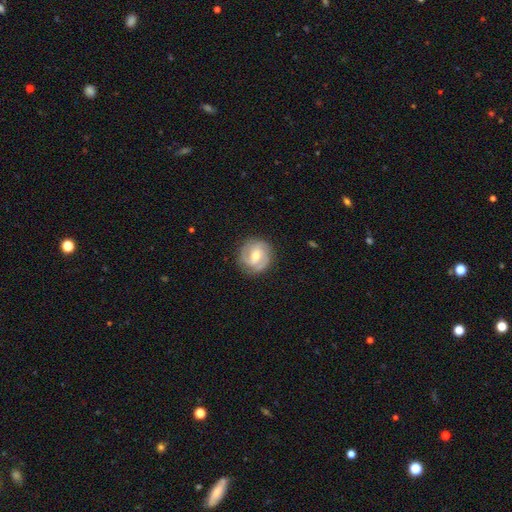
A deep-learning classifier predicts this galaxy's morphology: A featured or disk galaxy (75%) with a weak bar (49%), 2 (53%) tight (48%) spiral arms (91%) and a moderate central bulge (63%). Merging: none (83%).